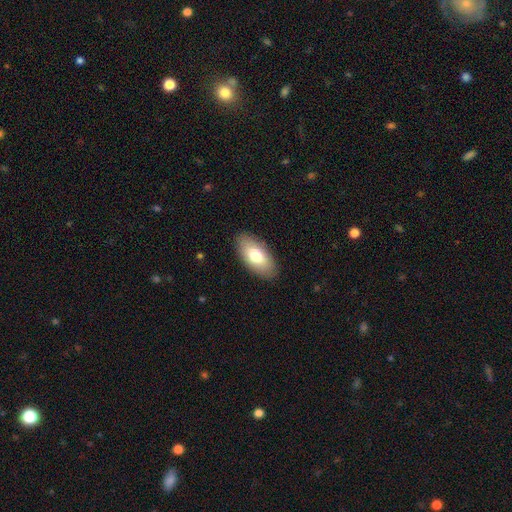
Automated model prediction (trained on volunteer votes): A smooth galaxy with no disk features (76%) that is in between round and cigar-shaped (93%). Merging: none (88%).